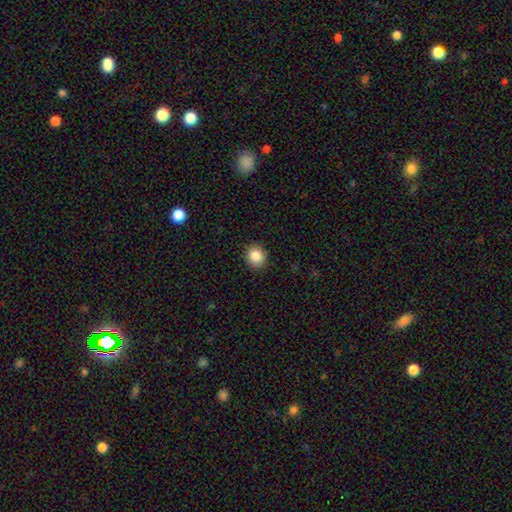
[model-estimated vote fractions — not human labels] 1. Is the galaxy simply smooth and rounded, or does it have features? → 86% smooth, 10% star or artifact, 4% featured or disk.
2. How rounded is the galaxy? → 88% round, 11% in between, 1% cigar-shaped.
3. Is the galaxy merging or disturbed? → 91% none, 7% minor disturbance, 2% major disturbance, 1% merger.